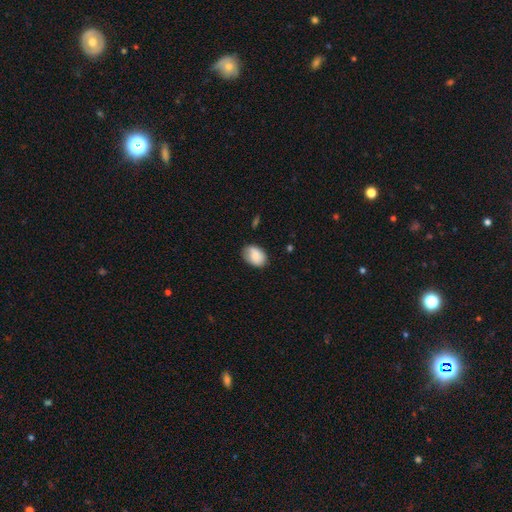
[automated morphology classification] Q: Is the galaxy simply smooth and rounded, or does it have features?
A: smooth — 84%.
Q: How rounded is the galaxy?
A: in between — 80%.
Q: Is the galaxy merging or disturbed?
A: none — 70%.